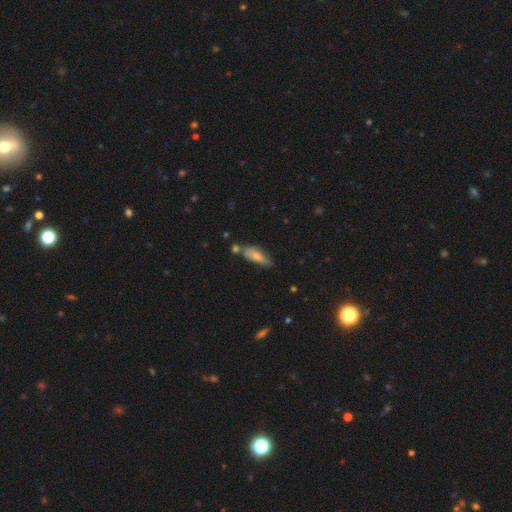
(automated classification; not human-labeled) Smooth or featured? Predicted: smooth (p=0.68). How rounded? Predicted: in between (p=0.54). Merging? Predicted: none (p=0.52).